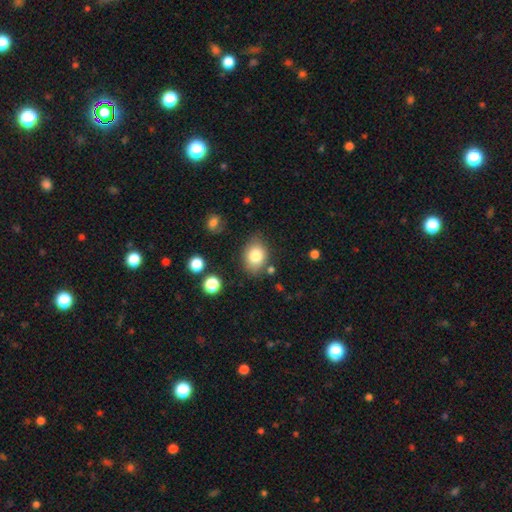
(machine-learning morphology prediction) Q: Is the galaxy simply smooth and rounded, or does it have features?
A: smooth — 81%.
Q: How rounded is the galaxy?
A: in between — 63%.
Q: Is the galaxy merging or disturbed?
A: none — 76%.